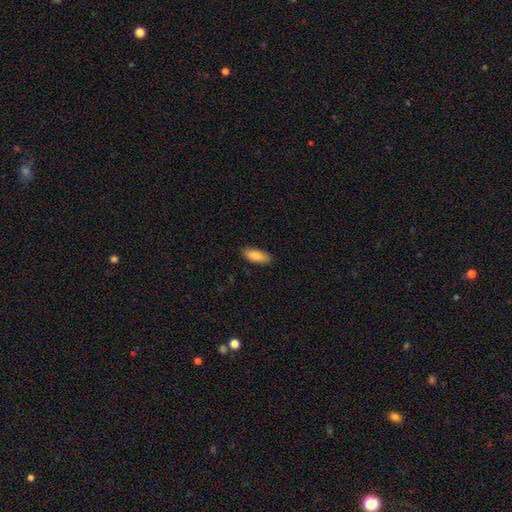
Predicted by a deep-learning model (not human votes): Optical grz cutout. It shows a smooth galaxy with no disk features (86%) that is in between round and cigar-shaped (82%). Merging: none (87%).